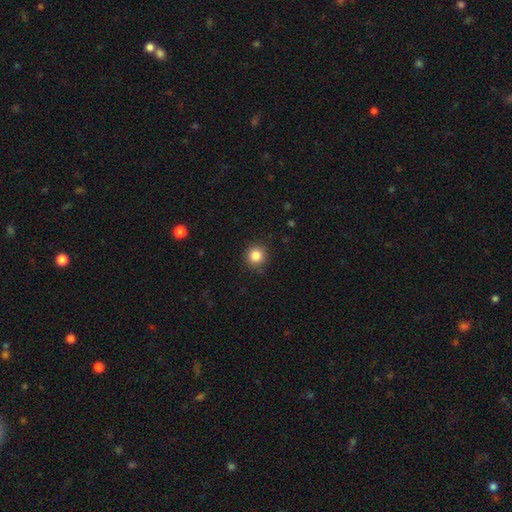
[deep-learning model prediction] The model was most divided on "smooth or featured": smooth: 85%, star or artifact: 11%, featured or disk: 4%. More confident: how rounded — round (93%); merging — none (87%).